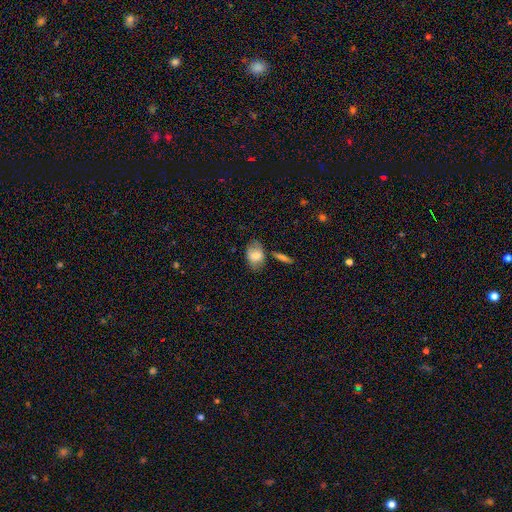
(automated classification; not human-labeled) The model was most divided on "merging": none: 64%, minor disturbance: 22%, merger: 8%, major disturbance: 6%. More confident: how rounded — in between (83%); smooth or featured — smooth (75%).